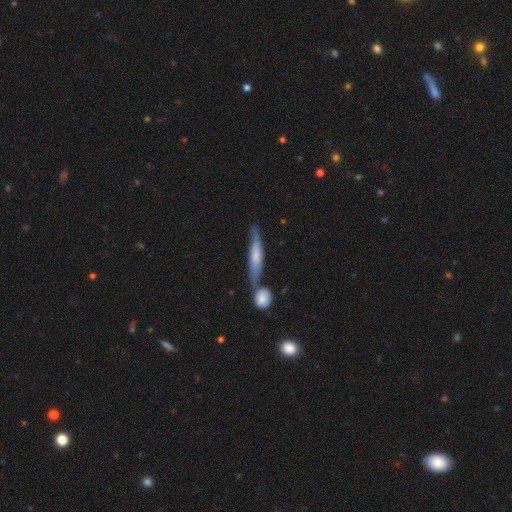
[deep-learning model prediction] This appears to be a featured or disk galaxy (48%). Merging: none (49%).